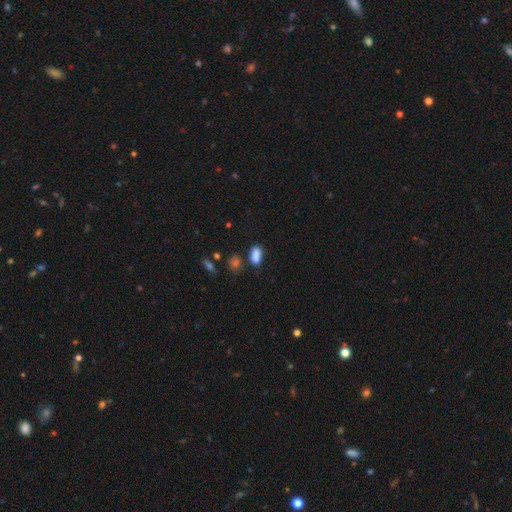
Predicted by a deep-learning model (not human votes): Smooth or featured?
  - smooth: 83% *
  - star or artifact: 11%
  - featured or disk: 6%
How rounded?
  - in between: 83% *
  - round: 10%
  - cigar-shaped: 7%
Merging?
  - none: 58% *
  - minor disturbance: 20%
  - merger: 16%
  - major disturbance: 6%